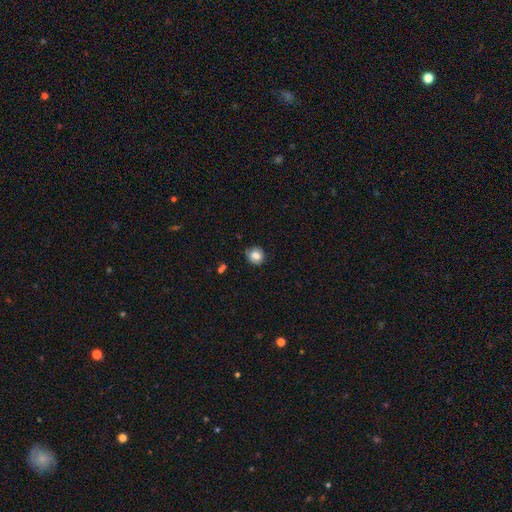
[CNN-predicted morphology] Overall: smooth (79%). How rounded: round (83%). Merging: none (83%).